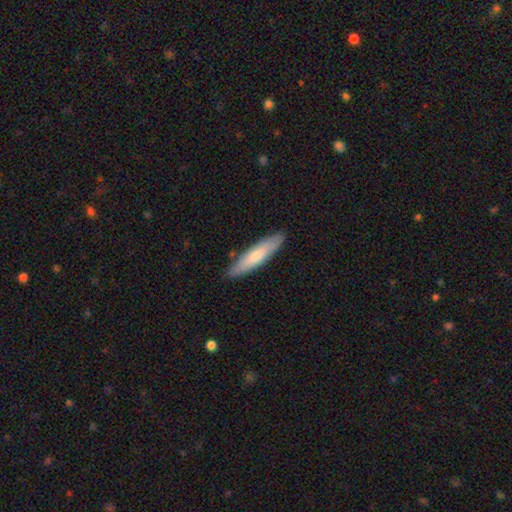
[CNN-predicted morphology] Smooth or featured? smooth (69%)
How rounded? cigar-shaped (81%)
Merging? none (87%)